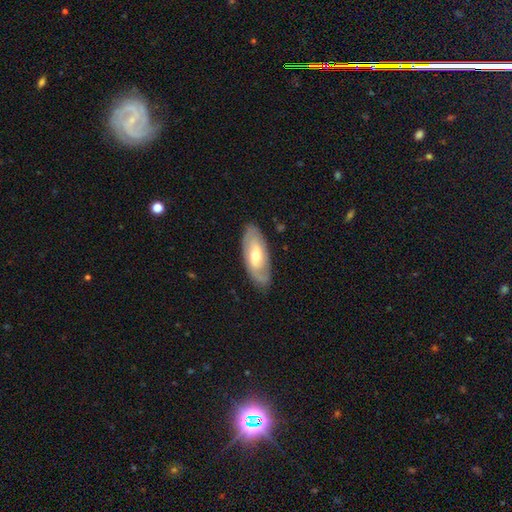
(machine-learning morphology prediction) Smooth or featured?
  - featured or disk: 60% *
  - smooth: 34%
  - star or artifact: 6%
Edge-on disk?
  - no: 85% *
  - yes: 15%
Bar?
  - no: 51% *
  - weak: 37%
  - strong: 12%
Spiral arms?
  - yes: 72% *
  - no: 28%
Bulge size?
  - moderate: 64% *
  - small: 30%
  - large: 4%
  - none: 1%
  - dominant: 1%
Merging?
  - none: 81% *
  - minor disturbance: 14%
  - major disturbance: 3%
  - merger: 1%